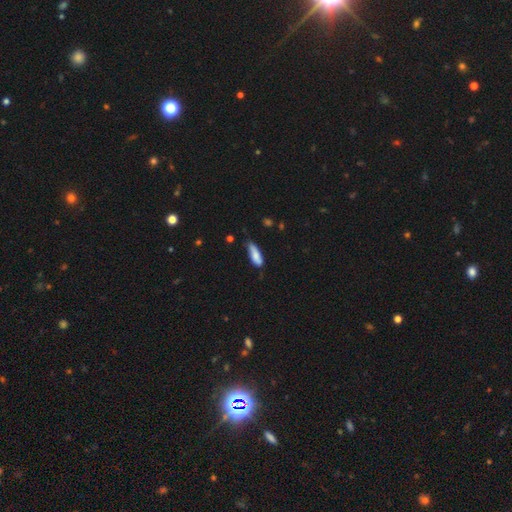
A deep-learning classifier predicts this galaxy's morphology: smooth-or-featured: smooth: 79% | featured or disk: 14% | star or artifact: 7%
  how-rounded: in between: 54% | cigar-shaped: 44% | round: 2%
  merging: none: 54% | minor disturbance: 36% | major disturbance: 7% | merger: 3%